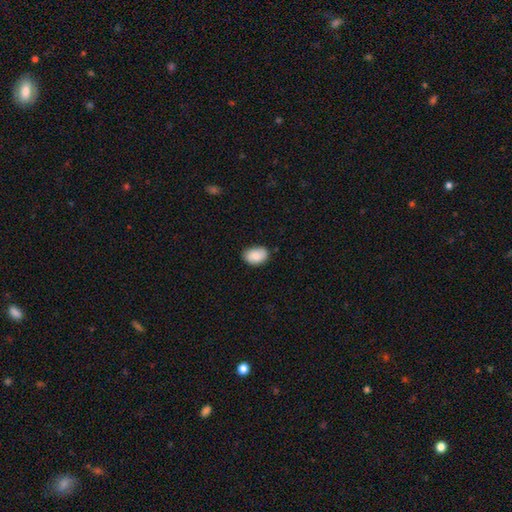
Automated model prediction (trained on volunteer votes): This is clearly a smooth galaxy (85%). How rounded: clearly in between (81%). Merging: likely none (77%).